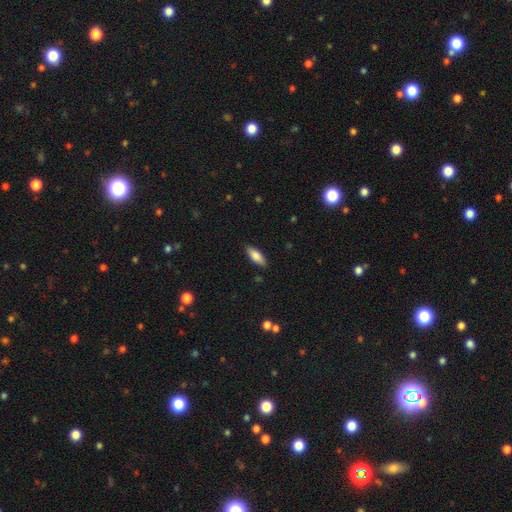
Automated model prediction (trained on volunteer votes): The model was most divided on "how rounded": in between: 73%, cigar-shaped: 25%, round: 2%. More confident: merging — none (86%); smooth or featured — smooth (81%).